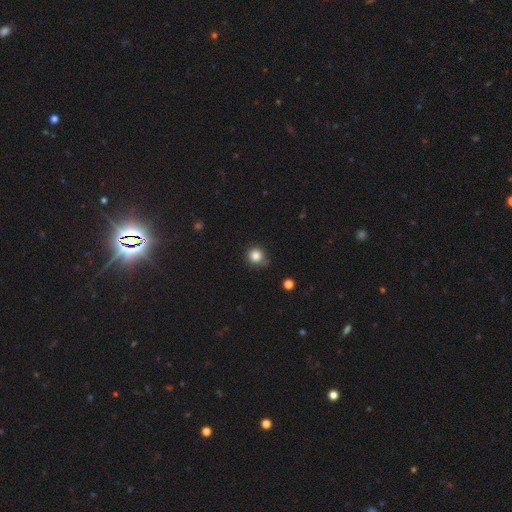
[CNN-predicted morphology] This is clearly a smooth galaxy (83%). How rounded: clearly round (92%). Merging: likely none (76%).